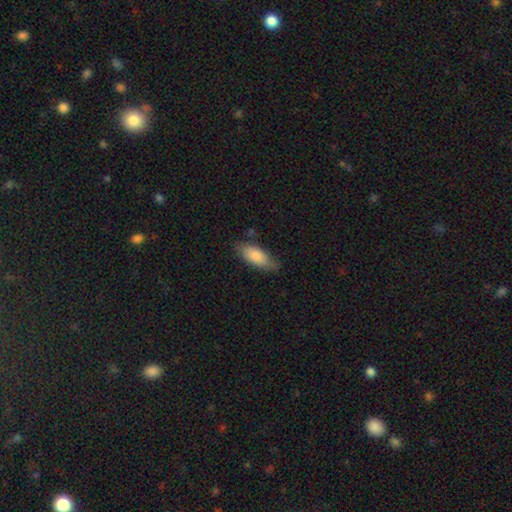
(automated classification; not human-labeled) smooth-or-featured: smooth: 81% | featured or disk: 13% | star or artifact: 6%
  how-rounded: in between: 82% | cigar-shaped: 16% | round: 2%
  merging: none: 73% | minor disturbance: 21% | major disturbance: 4% | merger: 2%